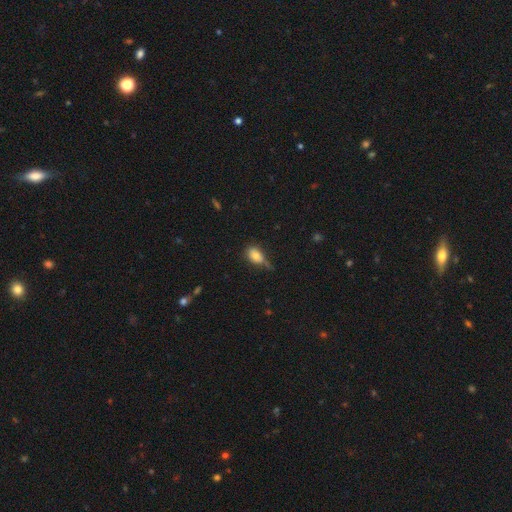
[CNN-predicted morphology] smooth_or_featured: smooth (p=0.78) [alt: featured or disk p=0.12]
how_rounded: in between (p=0.82) [alt: round p=0.15]
merging: none (p=0.43) [alt: minor disturbance p=0.37]